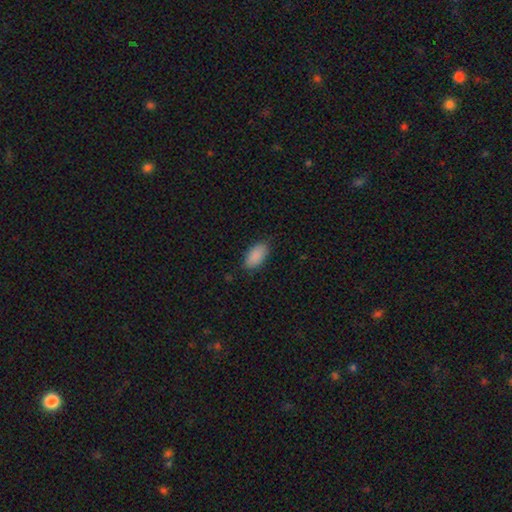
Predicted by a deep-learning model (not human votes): Morphology: type=smooth (89%); roundness=in between (92%); merging=none (82%).